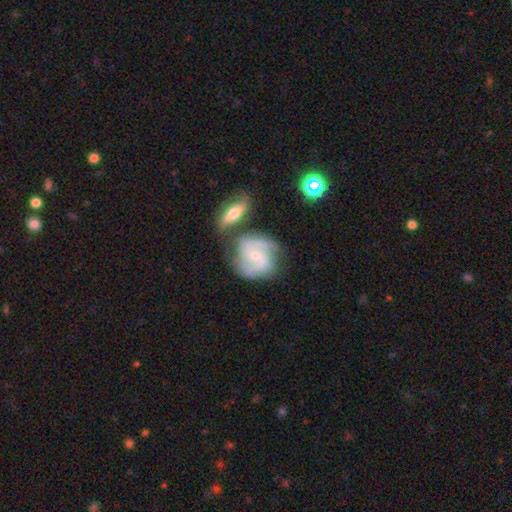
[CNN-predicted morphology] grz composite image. It shows a featured or disk galaxy (80%) with no bar (53%), 2 (71%) medium (50%) spiral arms (95%) and a small central bulge (61%). Merging: none (51%).